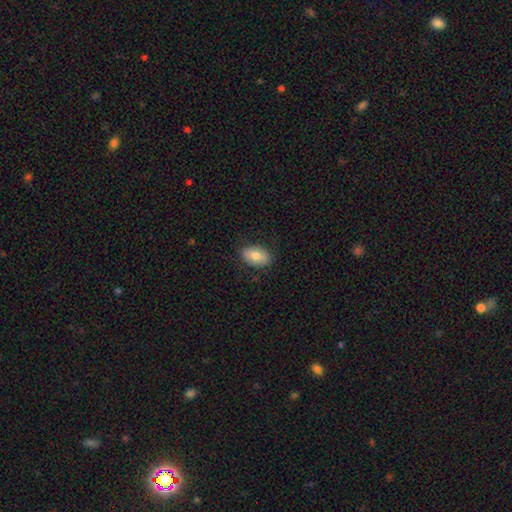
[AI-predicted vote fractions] smooth_or_featured: smooth (p=0.74) [alt: featured or disk p=0.19]
how_rounded: in between (p=0.87) [alt: round p=0.12]
merging: none (p=0.84) [alt: minor disturbance p=0.12]